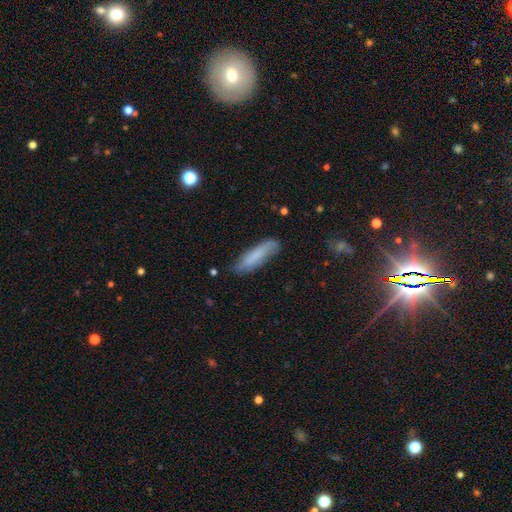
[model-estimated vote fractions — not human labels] smooth 71%, featured or disk 22%, star or artifact 7%. Down the decision tree: how rounded — cigar-shaped (71%); merging — none (73%).